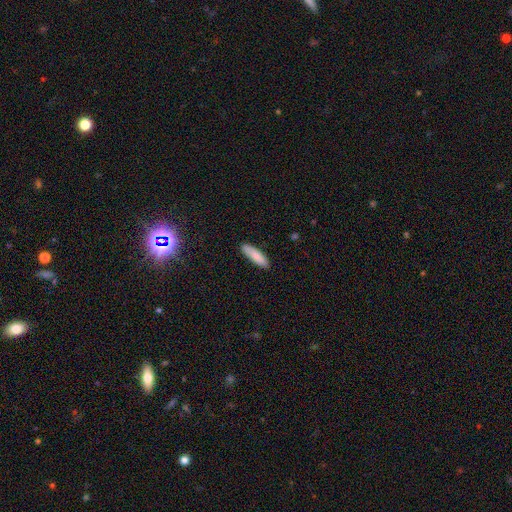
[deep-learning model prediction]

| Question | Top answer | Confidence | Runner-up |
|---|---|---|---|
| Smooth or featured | smooth | 84% | featured or disk (10%) |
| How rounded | cigar-shaped | 62% | in between (36%) |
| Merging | none | 86% | minor disturbance (11%) |